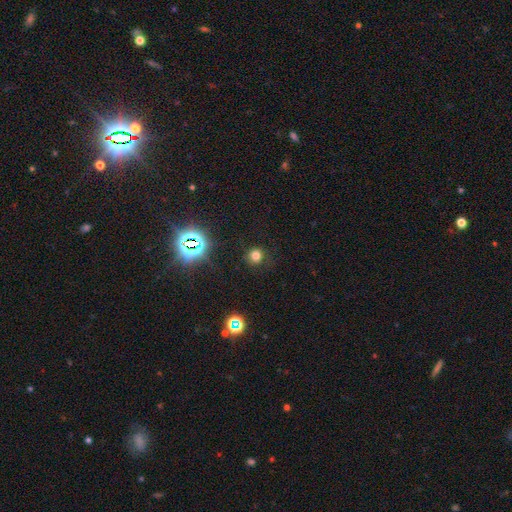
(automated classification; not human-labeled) Smooth or featured? Predicted: smooth (p=0.72). How rounded? Predicted: round (p=0.90). Merging? Predicted: none (p=0.85).